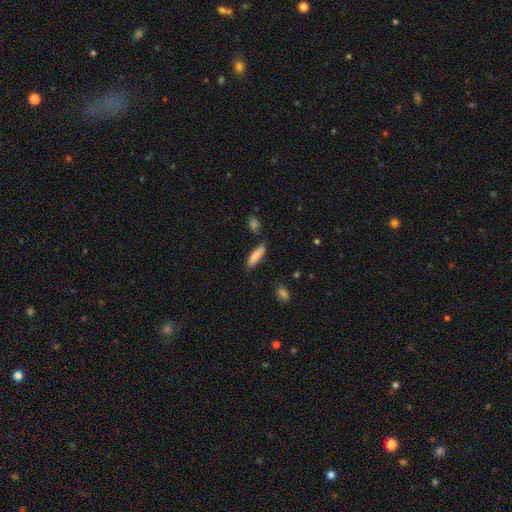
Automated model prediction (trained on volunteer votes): Smooth or featured?
  - smooth: 84% *
  - featured or disk: 10%
  - star or artifact: 7%
How rounded?
  - cigar-shaped: 65% *
  - in between: 33%
  - round: 2%
Merging?
  - none: 78% *
  - minor disturbance: 15%
  - merger: 4%
  - major disturbance: 3%